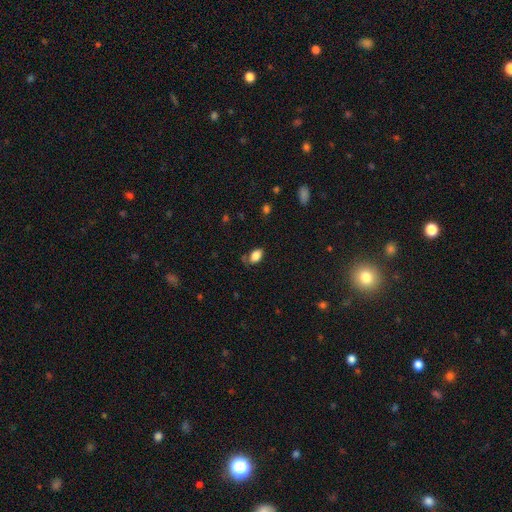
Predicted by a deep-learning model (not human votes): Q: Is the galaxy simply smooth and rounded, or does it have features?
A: smooth — 84%.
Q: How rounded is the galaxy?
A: in between — 90%.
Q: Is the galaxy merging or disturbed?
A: none — 66%.